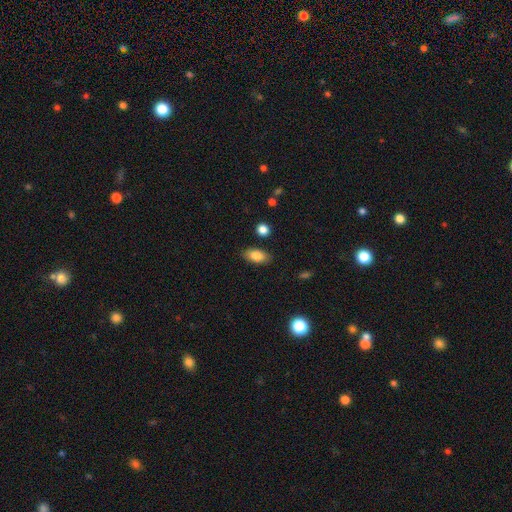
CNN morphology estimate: This appears to be a smooth galaxy with no disk features (85%) that is in between round and cigar-shaped (90%). Merging: none (85%).